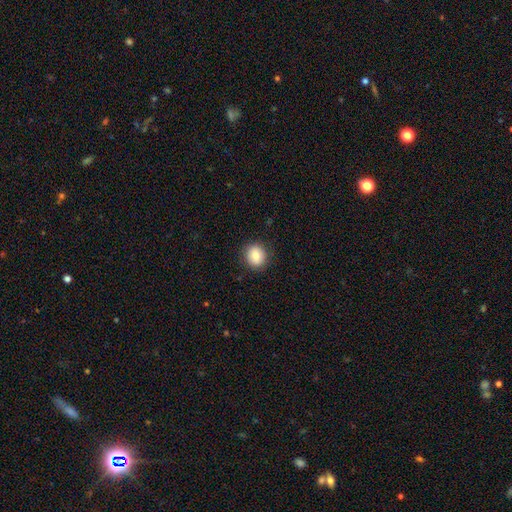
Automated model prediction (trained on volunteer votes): smooth_or_featured: smooth (p=0.82) [alt: featured or disk p=0.09]
how_rounded: round (p=0.84) [alt: in between p=0.15]
merging: none (p=0.88) [alt: minor disturbance p=0.08]